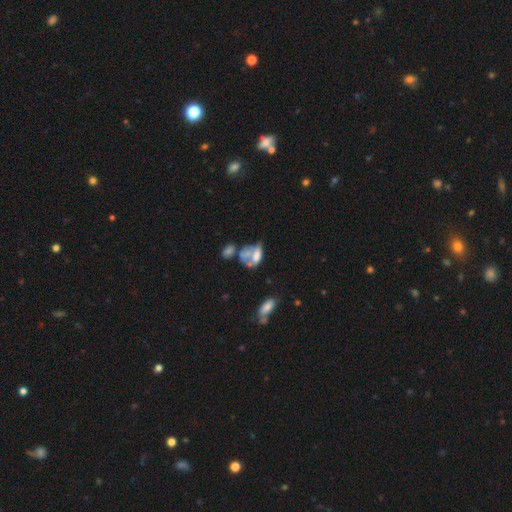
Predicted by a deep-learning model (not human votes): Q: Smooth or featured?
A: smooth (46%); runner-up: featured or disk (42%)
Q: Merging?
A: merger (44%); runner-up: major disturbance (25%)